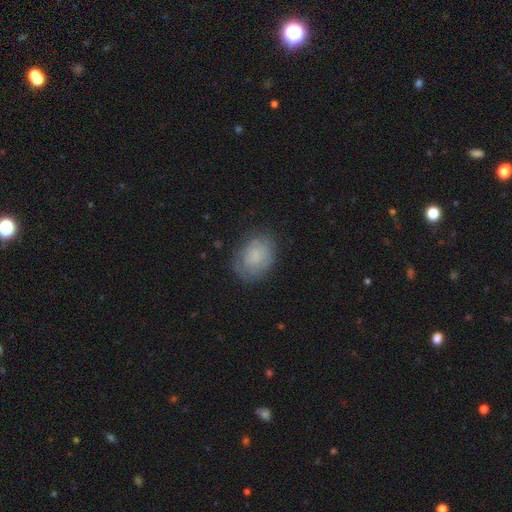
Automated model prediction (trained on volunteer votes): Smooth or featured? smooth (65%)
How rounded? in between (66%)
Merging? none (72%)